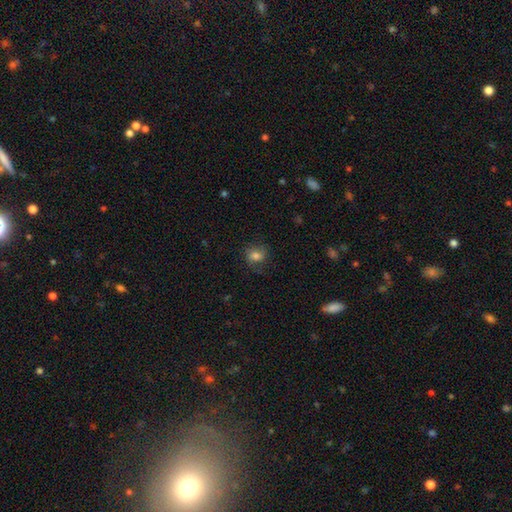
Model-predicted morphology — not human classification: smooth_or_featured: smooth (p=0.71) [alt: featured or disk p=0.18]
how_rounded: round (p=0.64) [alt: in between p=0.35]
merging: none (p=0.70) [alt: minor disturbance p=0.20]